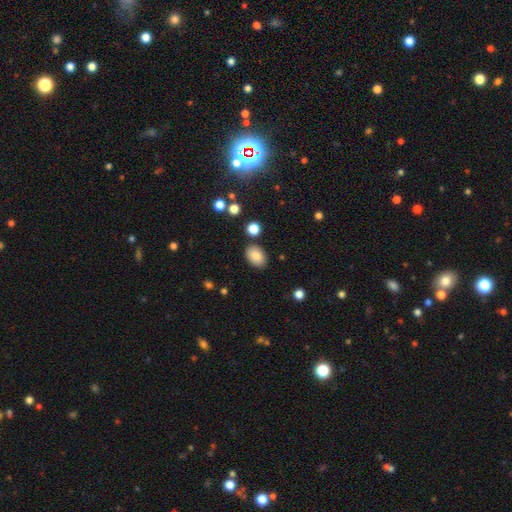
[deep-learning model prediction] Smooth or featured?
  - smooth: 86% *
  - star or artifact: 9%
  - featured or disk: 5%
How rounded?
  - in between: 82% *
  - round: 17%
  - cigar-shaped: 1%
Merging?
  - none: 84% *
  - minor disturbance: 10%
  - merger: 3%
  - major disturbance: 3%